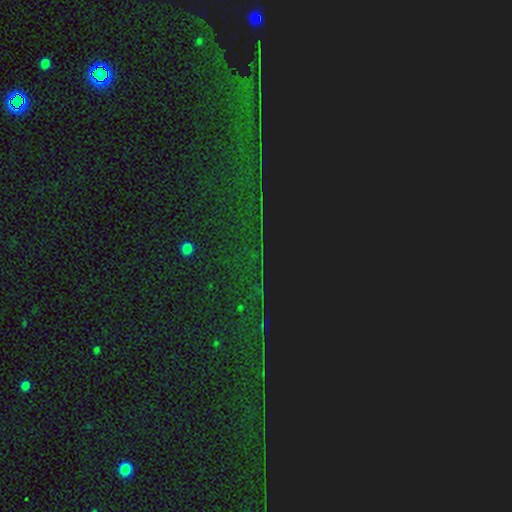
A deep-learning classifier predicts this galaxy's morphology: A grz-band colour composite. It shows a star or artifact, not a galaxy (86%).